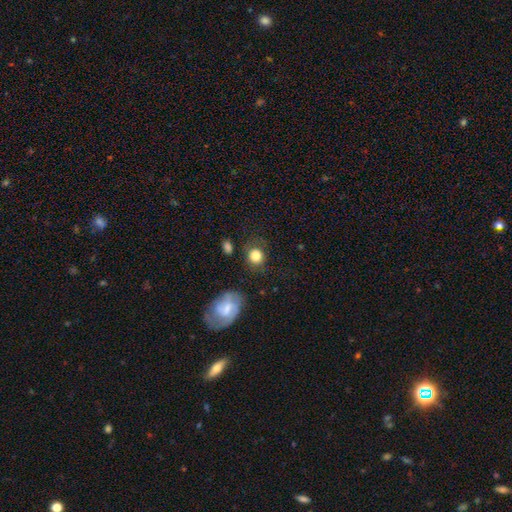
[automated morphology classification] smooth 83%, star or artifact 9%, featured or disk 8%. Down the decision tree: how rounded — round (76%); merging — none (72%).